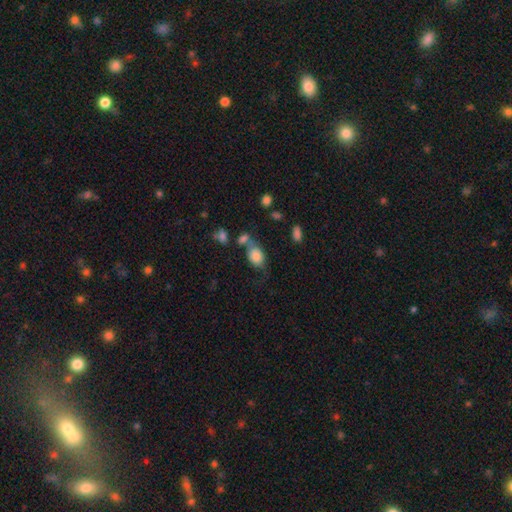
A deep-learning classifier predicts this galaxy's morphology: A smooth galaxy with no disk features (83%) that is in between round and cigar-shaped (78%).

Vote fractions:
- Smooth or featured? smooth: 83% / star or artifact: 9% / featured or disk: 9%
- How rounded? in between: 78% / round: 20% / cigar-shaped: 2%
- Merging? none: 47% / minor disturbance: 22% / merger: 20% / major disturbance: 11%